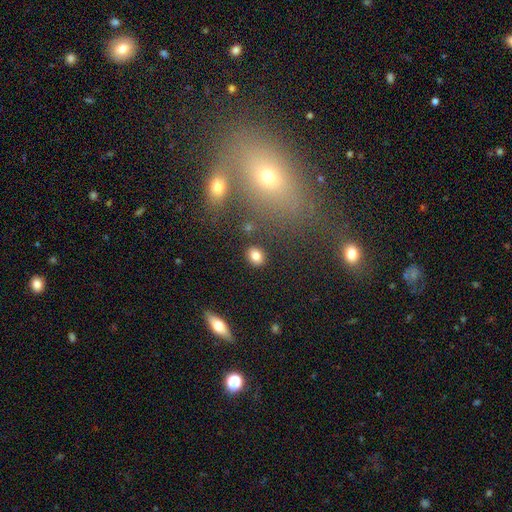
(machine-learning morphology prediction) smooth_or_featured: smooth (p=0.81) [alt: star or artifact p=0.11]
how_rounded: round (p=0.55) [alt: in between p=0.44]
merging: none (p=0.86) [alt: minor disturbance p=0.08]